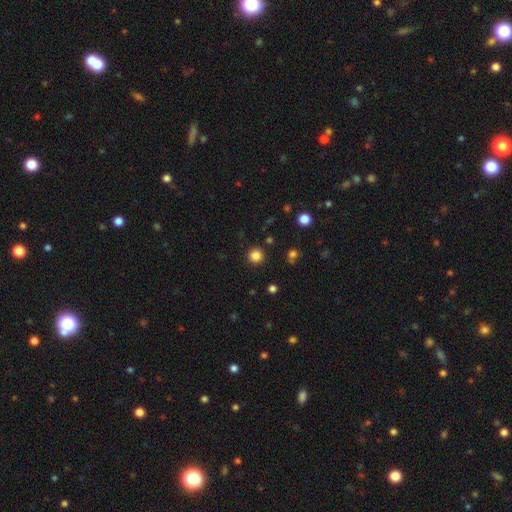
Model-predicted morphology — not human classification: The model was most divided on "smooth or featured": smooth: 84%, star or artifact: 12%, featured or disk: 4%. More confident: how rounded — round (94%); merging — none (91%).